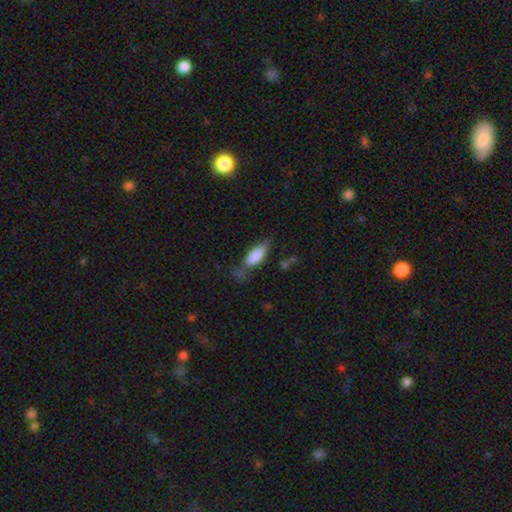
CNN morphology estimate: Overall: smooth (80%). How rounded: in between (75%). Merging: none (45%; minor disturbance 33%).